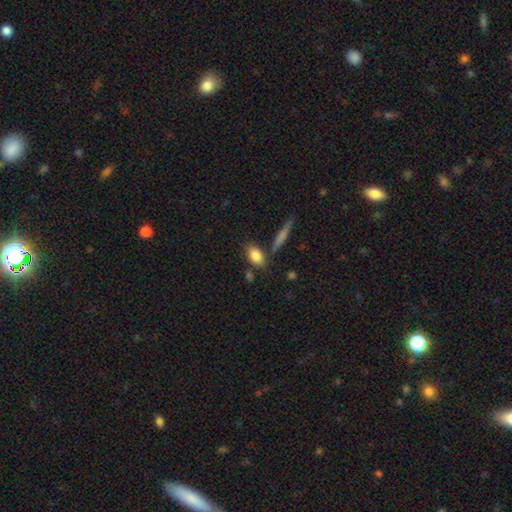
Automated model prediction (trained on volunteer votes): smooth 84%, featured or disk 8%, star or artifact 8%. Down the decision tree: how rounded — in between (82%); merging — none (74%).